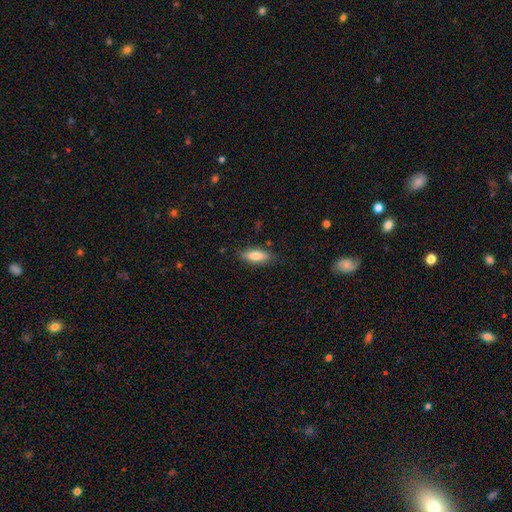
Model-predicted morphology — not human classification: Q: Smooth or featured?
A: smooth (79%); runner-up: featured or disk (15%)
Q: How rounded?
A: in between (66%); runner-up: cigar-shaped (32%)
Q: Merging?
A: none (84%); runner-up: minor disturbance (12%)